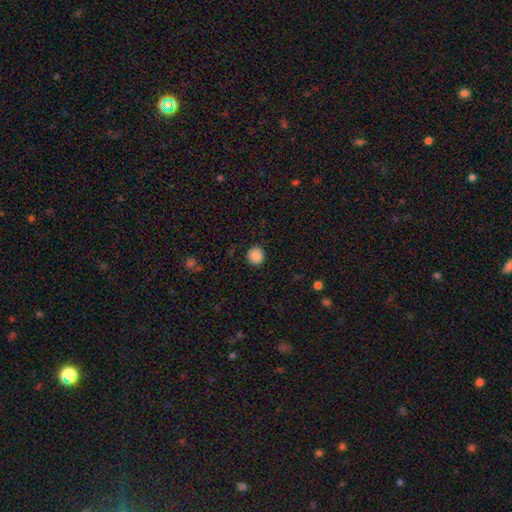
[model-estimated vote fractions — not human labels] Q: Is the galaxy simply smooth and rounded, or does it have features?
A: smooth — 88%.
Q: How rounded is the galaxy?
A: round — 92%.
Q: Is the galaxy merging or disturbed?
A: none — 91%.